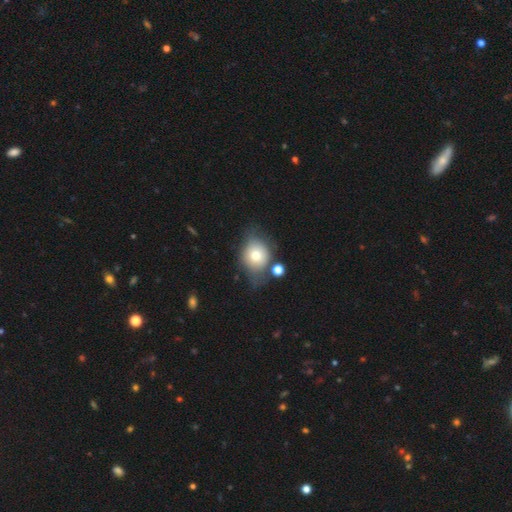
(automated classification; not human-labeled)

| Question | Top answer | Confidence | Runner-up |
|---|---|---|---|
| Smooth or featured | smooth | 71% | featured or disk (20%) |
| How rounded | round | 57% | in between (42%) |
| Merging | none | 50% | minor disturbance (27%) |